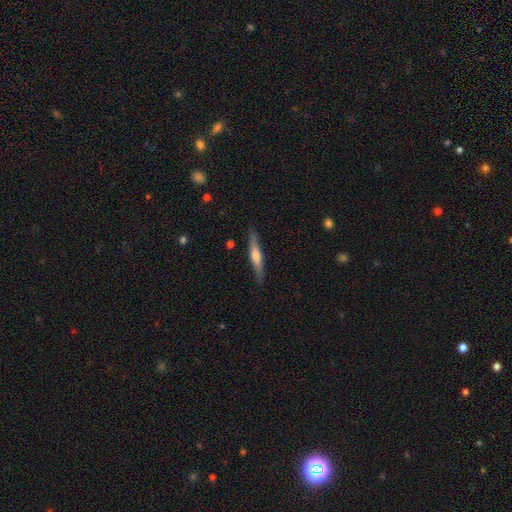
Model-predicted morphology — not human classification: type=featured or disk (53%); edge-on=yes (95%); edge-on bulge=rounded (75%); merging=none (87%).